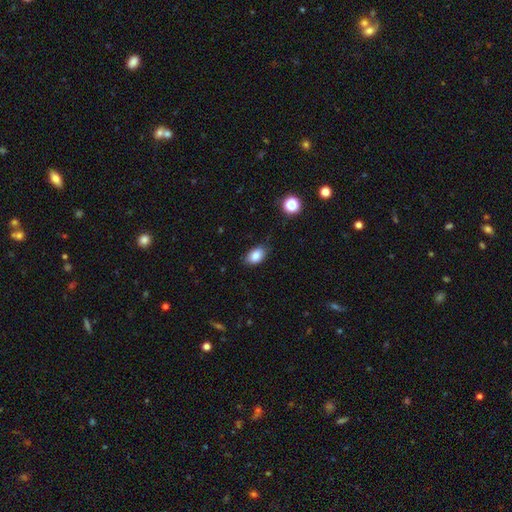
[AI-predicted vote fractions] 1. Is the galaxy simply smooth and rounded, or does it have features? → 85% smooth, 9% star or artifact, 7% featured or disk.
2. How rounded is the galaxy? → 88% in between, 11% round, 1% cigar-shaped.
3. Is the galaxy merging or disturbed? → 76% none, 19% minor disturbance, 3% major disturbance, 1% merger.